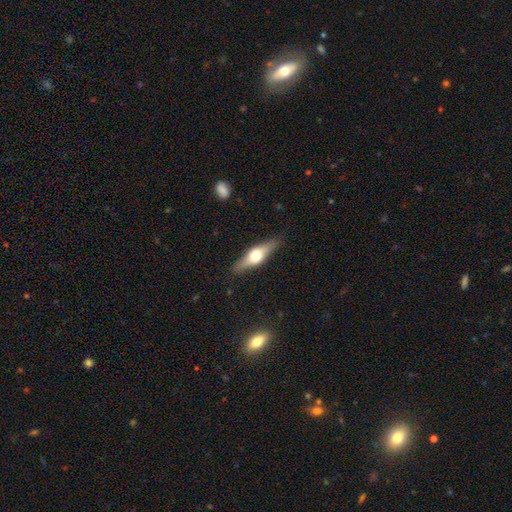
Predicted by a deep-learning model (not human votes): A featured or disk galaxy (57%) viewed edge-on (93%) with a rounded central bulge (94%). Merging: none (86%).